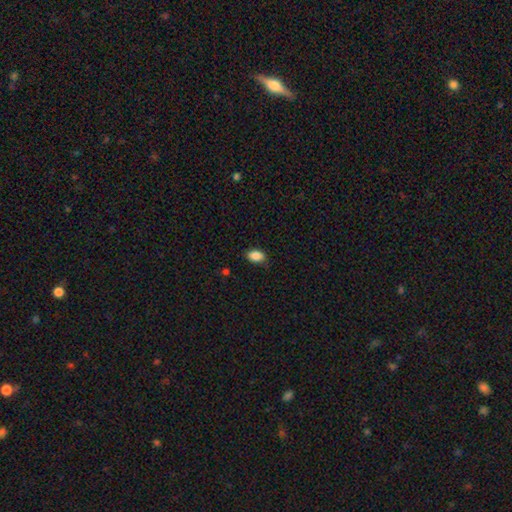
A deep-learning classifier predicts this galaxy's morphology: A smooth galaxy with no disk features (88%) that is in between round and cigar-shaped (88%). Merging: none (81%).